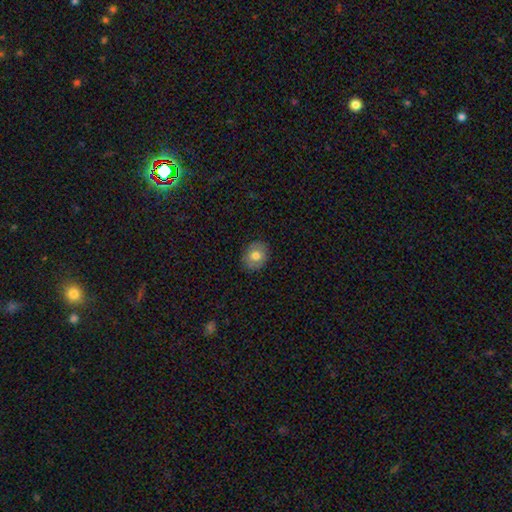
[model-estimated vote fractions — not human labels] Smooth or featured?
  - smooth: 75% *
  - featured or disk: 16%
  - star or artifact: 9%
How rounded?
  - round: 58% *
  - in between: 41%
  - cigar-shaped: 1%
Merging?
  - none: 88% *
  - minor disturbance: 9%
  - major disturbance: 2%
  - merger: 1%